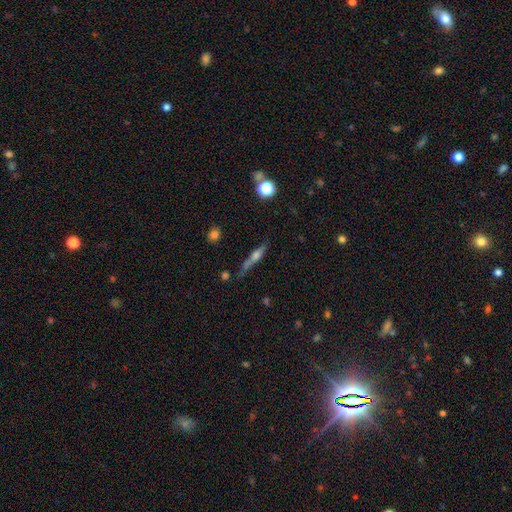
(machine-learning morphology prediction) Overall: featured or disk (60%; smooth 29%). Edge-on disk: yes (92%). Edge-on bulge: rounded (81%). Merging: none (69%).